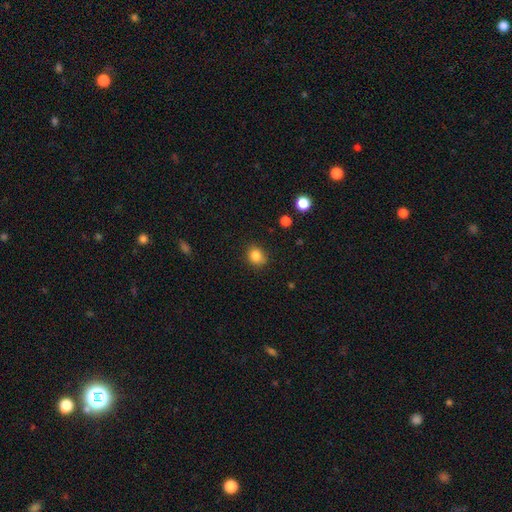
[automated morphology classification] Smooth or featured: smooth — 84% (star or artifact — 11%)
How rounded: round — 71% (in between — 28%)
Merging: none — 81% (minor disturbance — 15%)